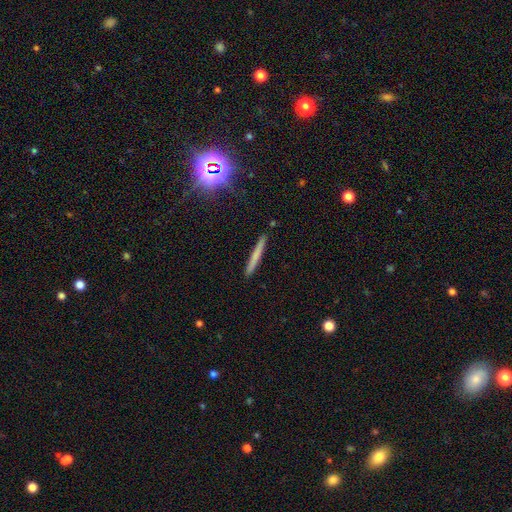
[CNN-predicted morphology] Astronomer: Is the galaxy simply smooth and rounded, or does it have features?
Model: smooth — 62%.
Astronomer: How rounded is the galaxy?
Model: cigar-shaped — 96%.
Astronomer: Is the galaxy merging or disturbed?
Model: none — 91%.